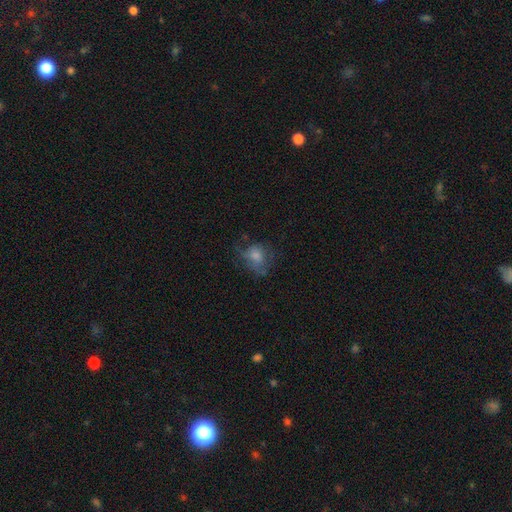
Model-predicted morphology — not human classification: This appears to be a smooth galaxy with no disk features (55%) that is round (60%). Merging: none (52%).